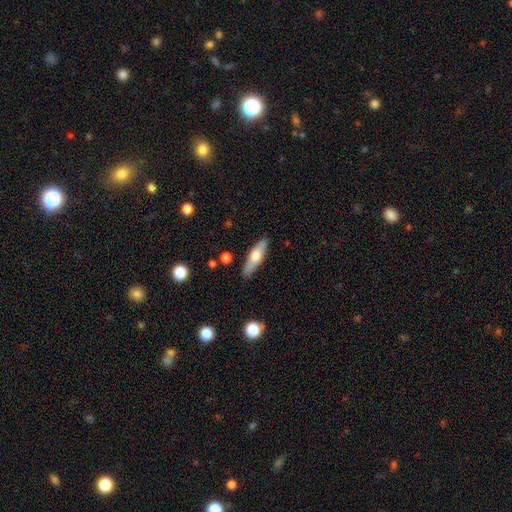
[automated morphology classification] The model was most divided on "how rounded": cigar-shaped: 56%, in between: 42%, round: 2%. More confident: merging — none (87%); smooth or featured — smooth (60%).